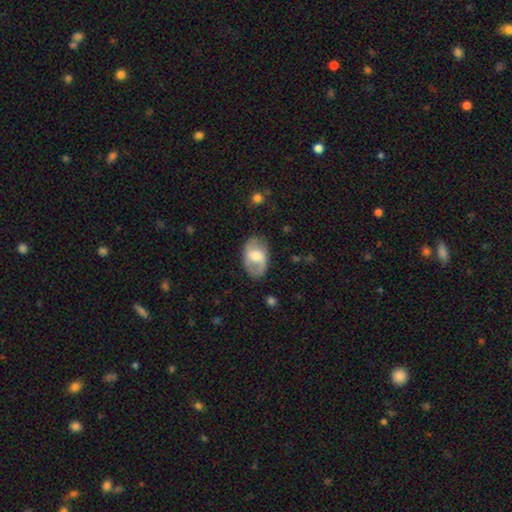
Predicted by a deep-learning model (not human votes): This is possibly a featured or disk galaxy (59%). It is clearly not viewed edge-on (95%). Bar: possibly weak (49%). Spiral arm pattern: likely yes (75%). Central bulge: likely moderate (61%). Merging: likely none (76%).